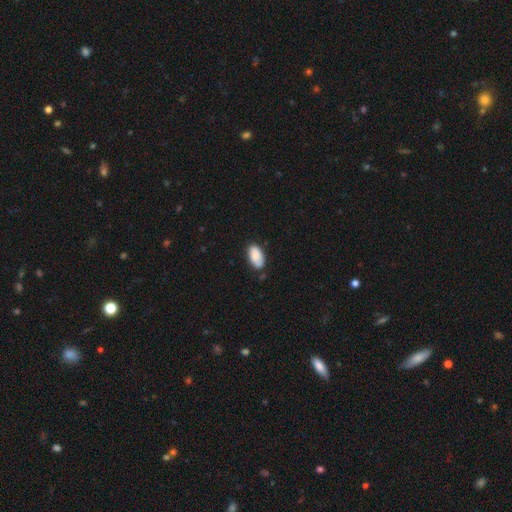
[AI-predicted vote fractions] A smooth galaxy with no disk features (86%) that is in between round and cigar-shaped (95%). Merging: none (74%).